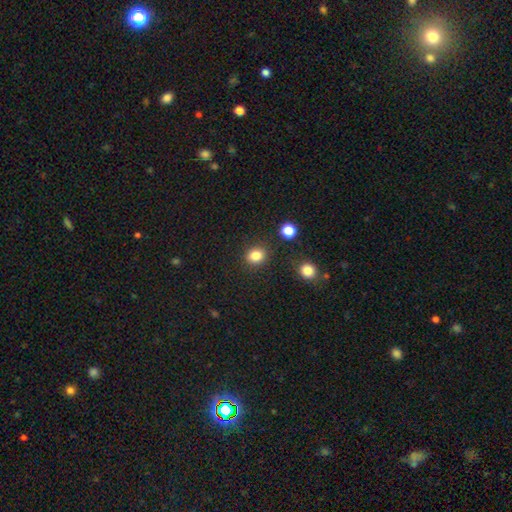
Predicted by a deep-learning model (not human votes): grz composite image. It shows a smooth galaxy with no disk features (84%) that is round (65%). Merging: none (85%).